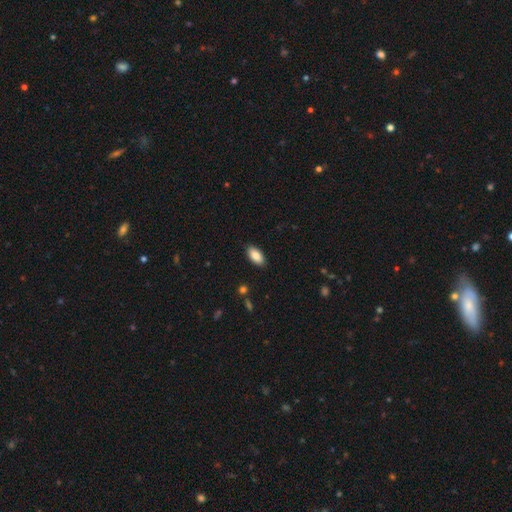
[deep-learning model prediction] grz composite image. It shows a smooth galaxy with no disk features (88%) that is in between round and cigar-shaped (93%). Merging: none (89%).